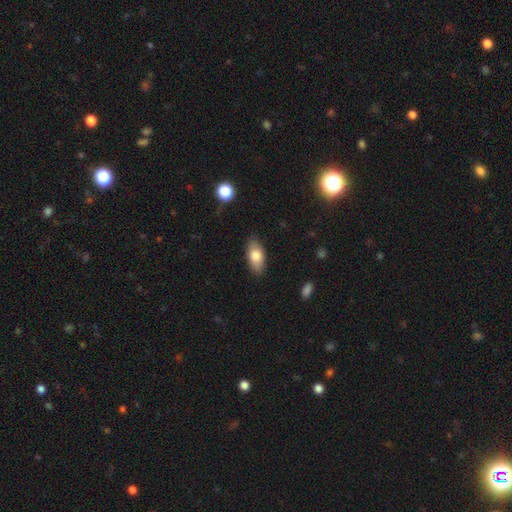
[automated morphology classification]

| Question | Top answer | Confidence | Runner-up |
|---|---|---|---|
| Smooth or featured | smooth | 79% | featured or disk (15%) |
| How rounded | in between | 90% | cigar-shaped (7%) |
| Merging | none | 85% | minor disturbance (12%) |